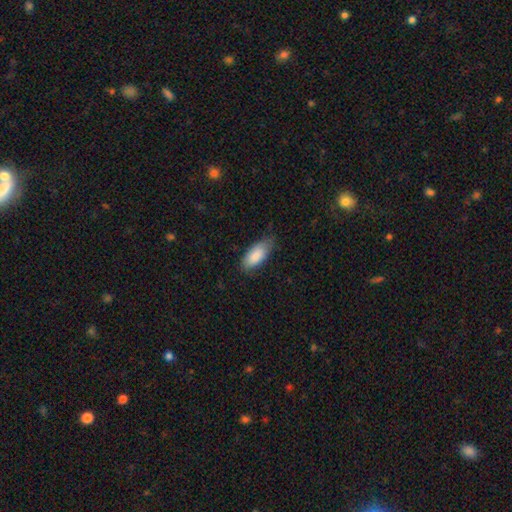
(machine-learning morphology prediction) type=smooth (85%); roundness=in between (87%); merging=none (65%).